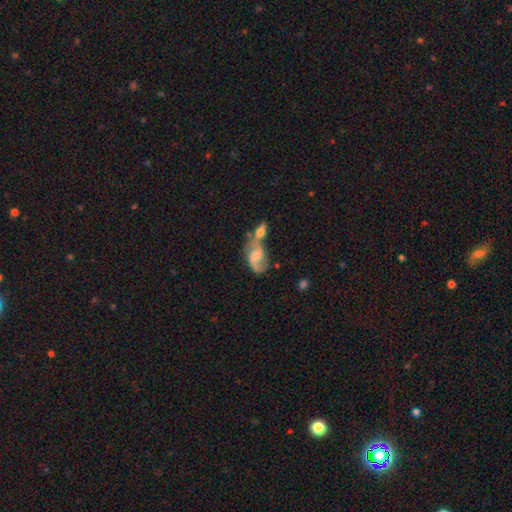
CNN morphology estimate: This appears to be a featured or disk galaxy (66%) with no bar (45%), 2 (77%) loose (51%) spiral arms (86%) and a moderate central bulge (34%). Merging: merger (52%).